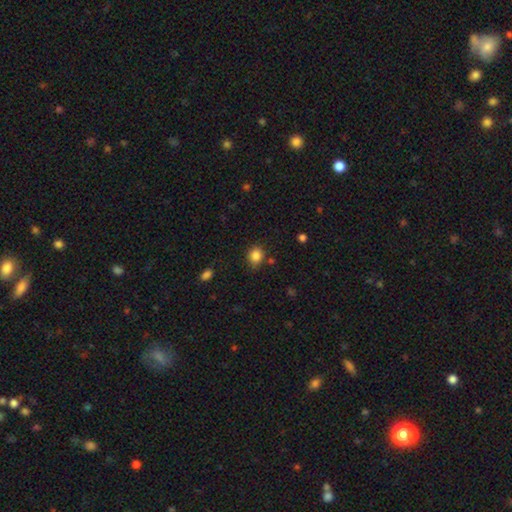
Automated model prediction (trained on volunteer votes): Smooth or featured? smooth (85%)
How rounded? round (66%)
Merging? none (78%)